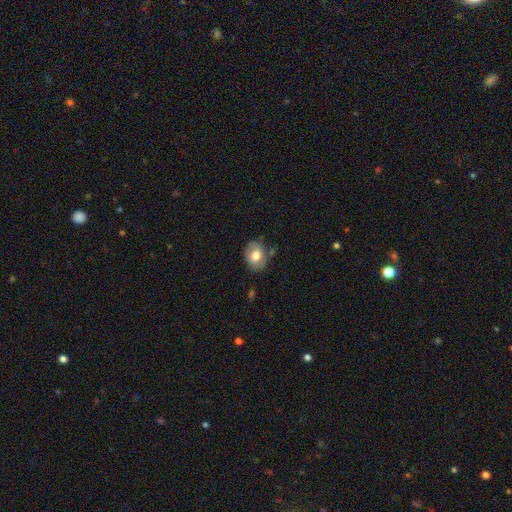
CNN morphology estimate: A smooth galaxy with no disk features (71%) that is in between round and cigar-shaped (56%).

Vote fractions:
- Smooth or featured? smooth: 71% / featured or disk: 22% / star or artifact: 8%
- How rounded? in between: 56% / round: 43% / cigar-shaped: 1%
- Merging? none: 71% / minor disturbance: 20% / major disturbance: 5% / merger: 4%